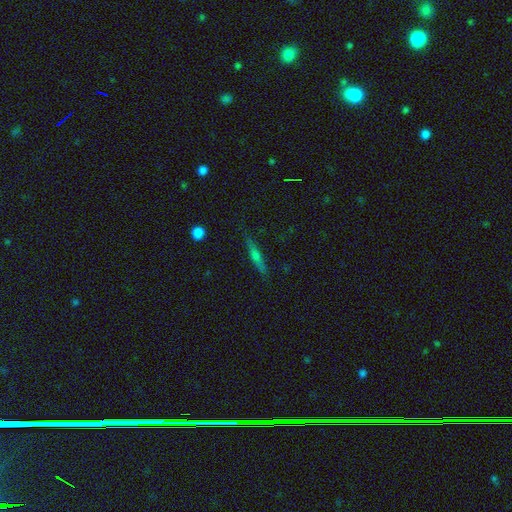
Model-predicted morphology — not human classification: A featured or disk galaxy (65%) viewed edge-on (96%) with a rounded central bulge (79%).

Vote fractions:
- Smooth or featured? featured or disk: 65% / smooth: 24% / star or artifact: 10%
- Edge-on disk? yes: 96% / no: 4%
- Edge-on bulge? rounded: 79% / none: 14% / boxy: 7%
- Merging? none: 89% / minor disturbance: 8% / major disturbance: 2% / merger: 1%